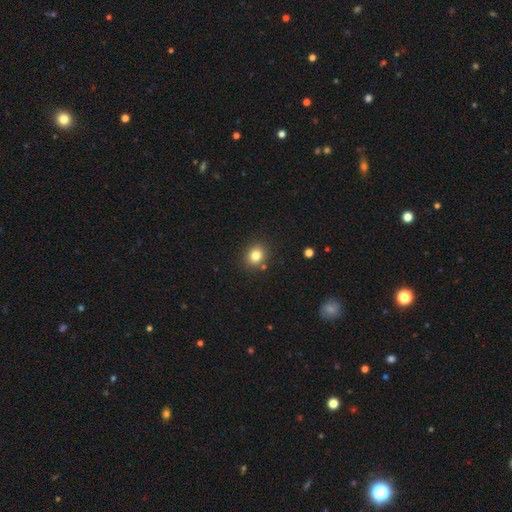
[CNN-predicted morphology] A smooth galaxy with no disk features (82%) that is round (76%).

Vote fractions:
- Smooth or featured? smooth: 82% / star or artifact: 12% / featured or disk: 7%
- How rounded? round: 76% / in between: 23% / cigar-shaped: 1%
- Merging? none: 85% / minor disturbance: 8% / merger: 4% / major disturbance: 2%